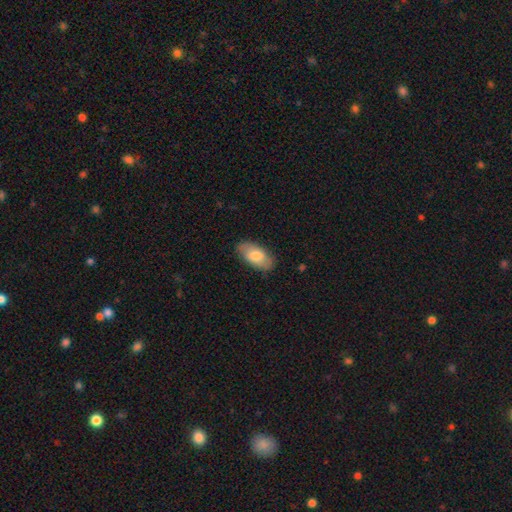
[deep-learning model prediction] smooth 76%, featured or disk 18%, star or artifact 6%. Down the decision tree: how rounded — in between (93%); merging — none (84%).